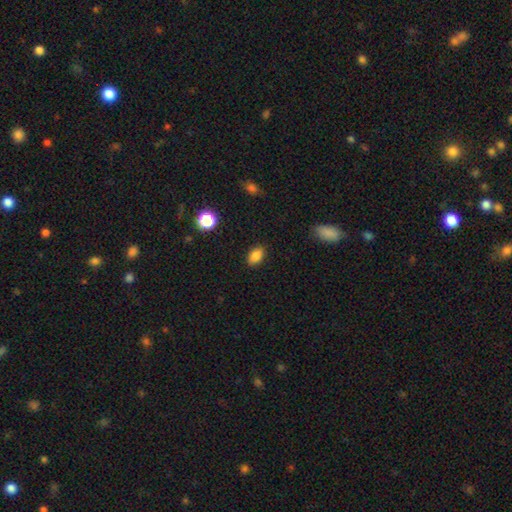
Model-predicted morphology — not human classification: smooth_or_featured: smooth (p=0.85) [alt: star or artifact p=0.10]
how_rounded: in between (p=0.85) [alt: round p=0.13]
merging: none (p=0.87) [alt: minor disturbance p=0.09]